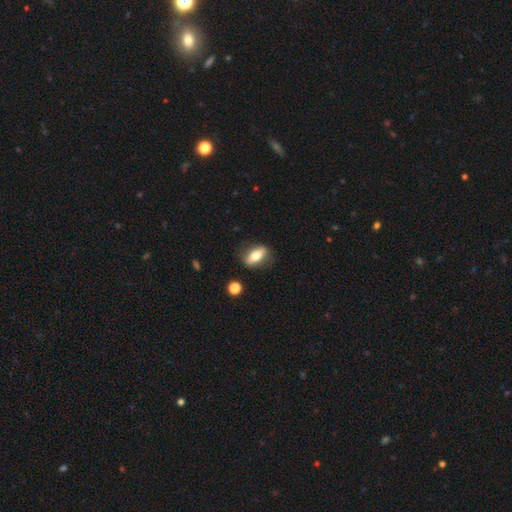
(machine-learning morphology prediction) A smooth galaxy with no disk features (57%) that is in between round and cigar-shaped (73%).

Vote fractions:
- Smooth or featured? smooth: 57% / featured or disk: 35% / star or artifact: 7%
- How rounded? in between: 73% / cigar-shaped: 19% / round: 9%
- Merging? none: 78% / minor disturbance: 15% / major disturbance: 5% / merger: 2%